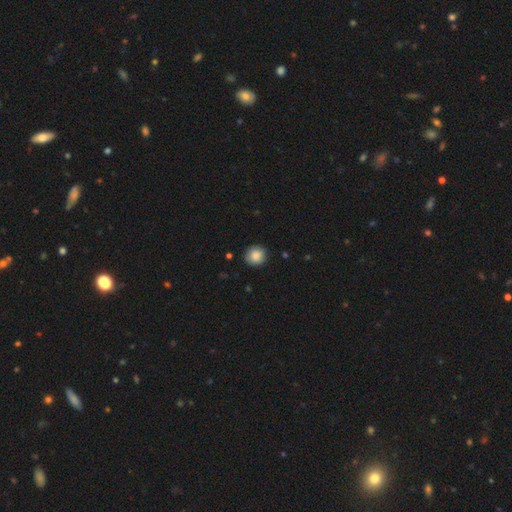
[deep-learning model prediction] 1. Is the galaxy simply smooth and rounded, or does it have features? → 87% smooth, 8% star or artifact, 5% featured or disk.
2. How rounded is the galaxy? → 91% round, 8% in between, 1% cigar-shaped.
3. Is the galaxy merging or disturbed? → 89% none, 8% minor disturbance, 2% major disturbance, 1% merger.